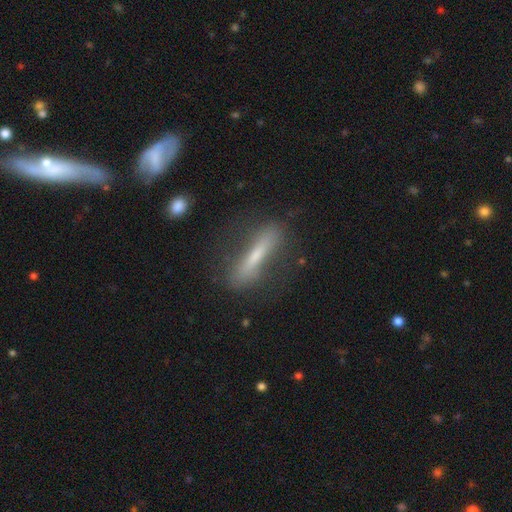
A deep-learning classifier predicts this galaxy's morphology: Smooth or featured? featured or disk (45%, tied with smooth)
Merging? none (72%)